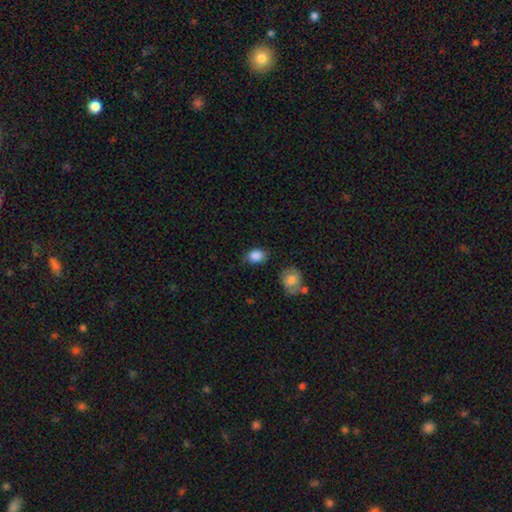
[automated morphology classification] Overall: smooth (87%). How rounded: in between (64%; round 35%). Merging: none (74%).